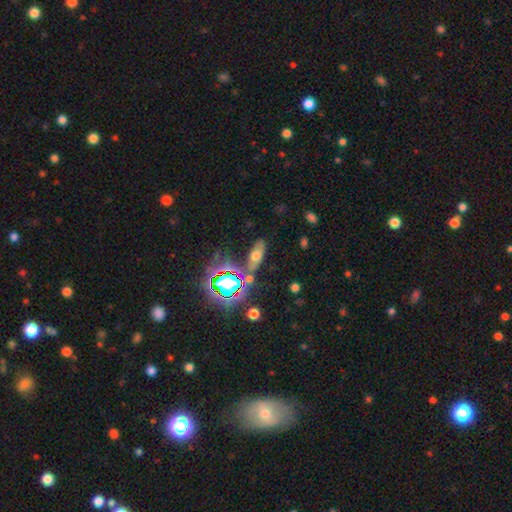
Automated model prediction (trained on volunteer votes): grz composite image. It shows a smooth galaxy with no disk features (52%) that is in between round and cigar-shaped (69%). Merging: none (66%).